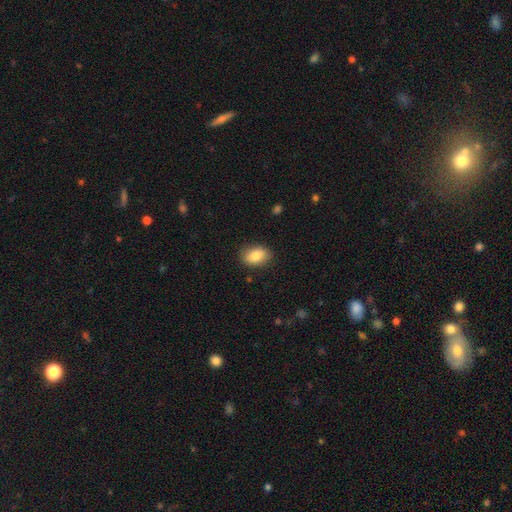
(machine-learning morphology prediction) A smooth galaxy with no disk features (84%) that is in between round and cigar-shaped (82%). Merging: none (86%).